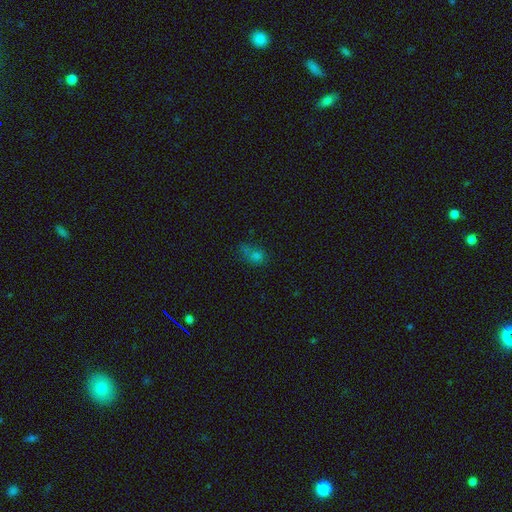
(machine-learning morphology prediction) A smooth galaxy with no disk features (60%) that is in between round and cigar-shaped (58%).

Vote fractions:
- Smooth or featured? smooth: 60% / star or artifact: 27% / featured or disk: 12%
- How rounded? in between: 58% / round: 37% / cigar-shaped: 4%
- Merging? none: 46% / minor disturbance: 24% / major disturbance: 19% / merger: 11%